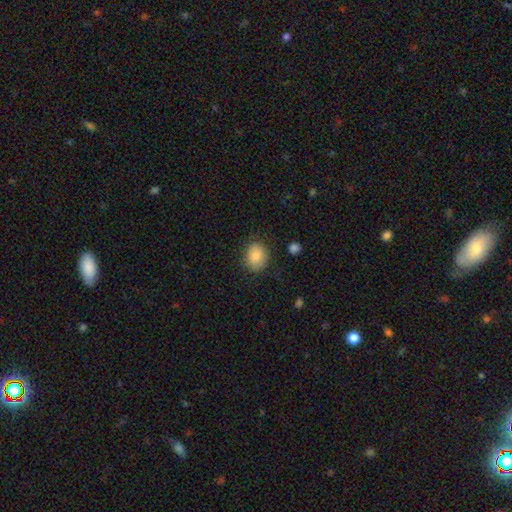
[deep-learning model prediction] This appears to be a smooth galaxy with no disk features (86%) that is round (56%). Merging: none (80%).